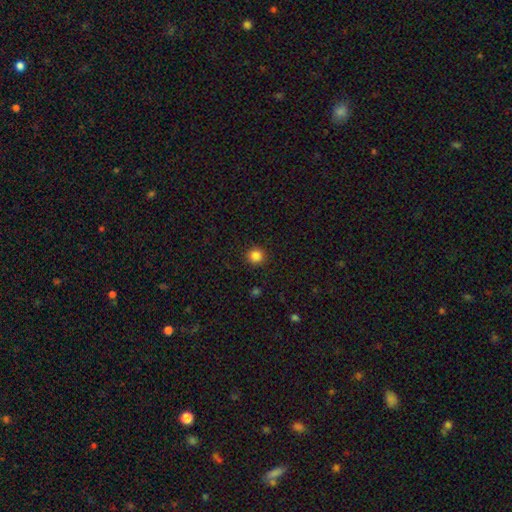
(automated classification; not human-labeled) Morphology: type=smooth (85%); roundness=round (94%); merging=none (92%).